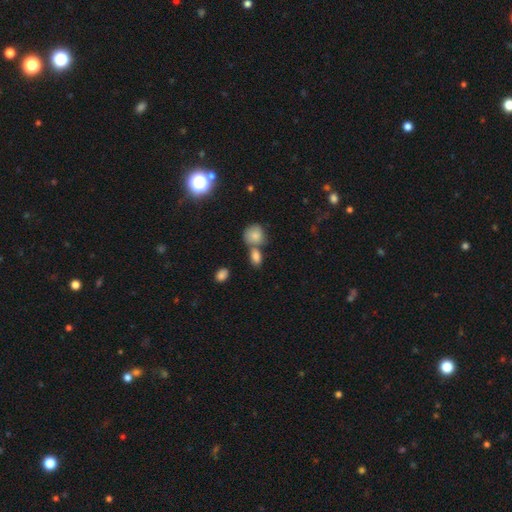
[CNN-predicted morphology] Smooth or featured? smooth (82%)
How rounded? in between (71%)
Merging? none (45%)